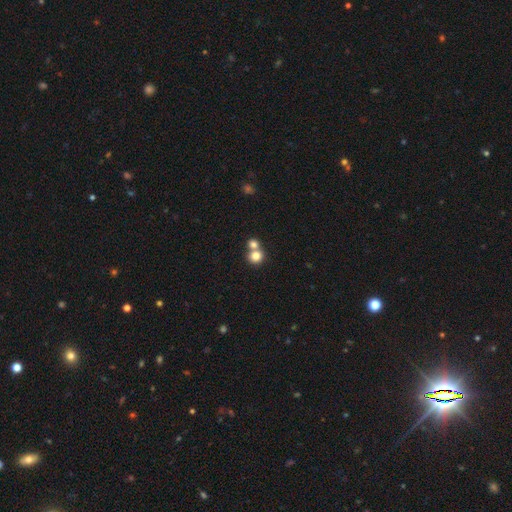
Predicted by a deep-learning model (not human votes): A smooth galaxy with no disk features (80%) that is round (86%).

Vote fractions:
- Smooth or featured? smooth: 80% / star or artifact: 11% / featured or disk: 9%
- How rounded? round: 86% / in between: 13% / cigar-shaped: 1%
- Merging? merger: 47% / none: 45% / minor disturbance: 6% / major disturbance: 2%